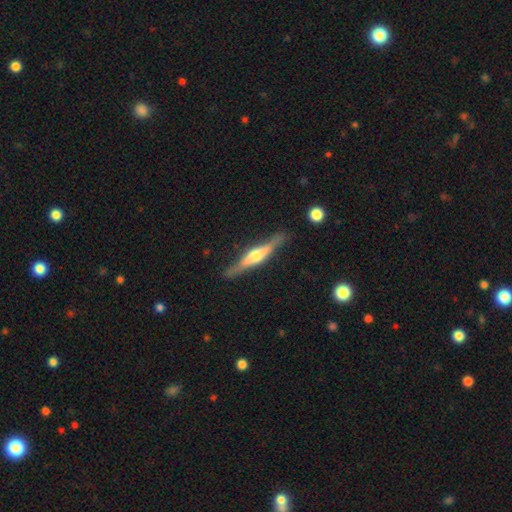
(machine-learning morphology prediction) Q: Smooth or featured?
A: featured or disk (74%); runner-up: smooth (22%)
Q: Edge-on disk?
A: yes (96%); runner-up: no (4%)
Q: Edge-on bulge?
A: rounded (83%); runner-up: boxy (13%)
Q: Merging?
A: none (81%); runner-up: minor disturbance (13%)